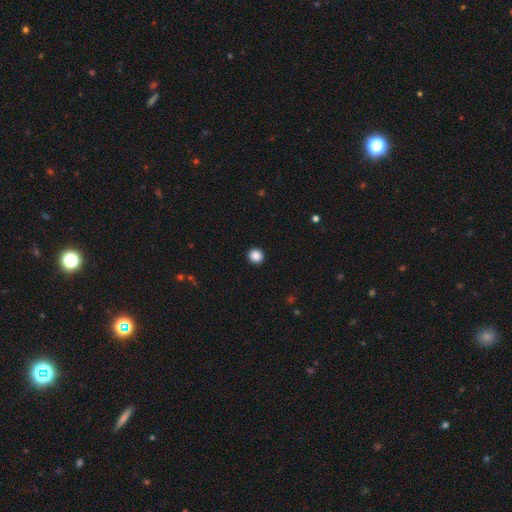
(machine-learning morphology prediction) Smooth or featured: smooth — 87% (star or artifact — 10%)
How rounded: round — 93% (in between — 6%)
Merging: none — 93% (minor disturbance — 4%)